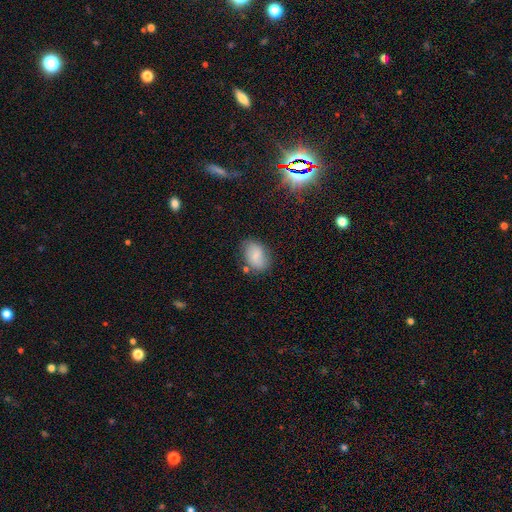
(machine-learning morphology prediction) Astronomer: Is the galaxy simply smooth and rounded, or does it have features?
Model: smooth — 71%.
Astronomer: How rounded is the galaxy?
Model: in between — 82%.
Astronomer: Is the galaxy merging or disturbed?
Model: none — 72%.